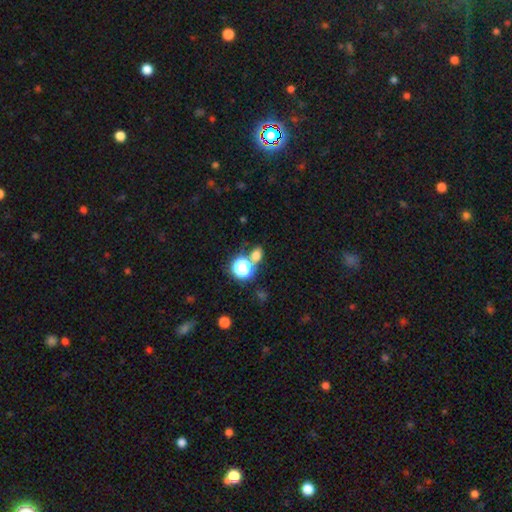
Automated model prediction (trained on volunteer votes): Q: Smooth or featured?
A: smooth (67%); runner-up: star or artifact (25%)
Q: How rounded?
A: round (55%); runner-up: in between (43%)
Q: Merging?
A: none (64%); runner-up: merger (22%)